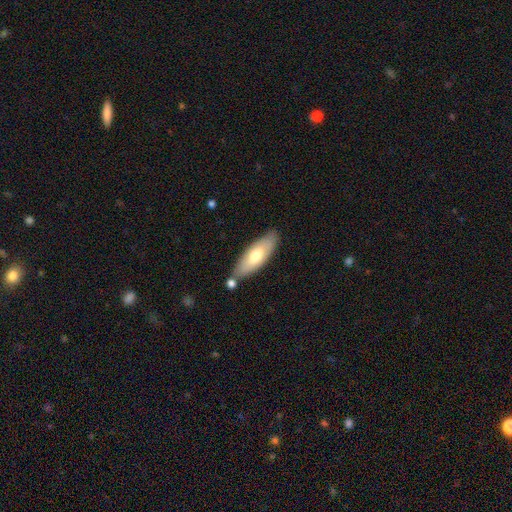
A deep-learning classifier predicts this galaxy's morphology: A smooth galaxy with no disk features (64%) that is in between round and cigar-shaped (57%).

Vote fractions:
- Smooth or featured? smooth: 64% / featured or disk: 31% / star or artifact: 5%
- How rounded? in between: 57% / cigar-shaped: 42% / round: 2%
- Merging? none: 76% / minor disturbance: 13% / merger: 9% / major disturbance: 3%